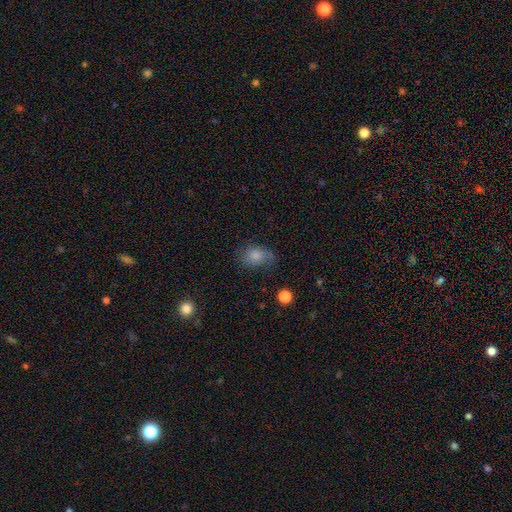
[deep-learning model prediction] The model was most divided on "merging": none: 53%, minor disturbance: 30%, major disturbance: 15%, merger: 3%. More confident: smooth or featured — smooth (76%); how rounded — in between (71%).